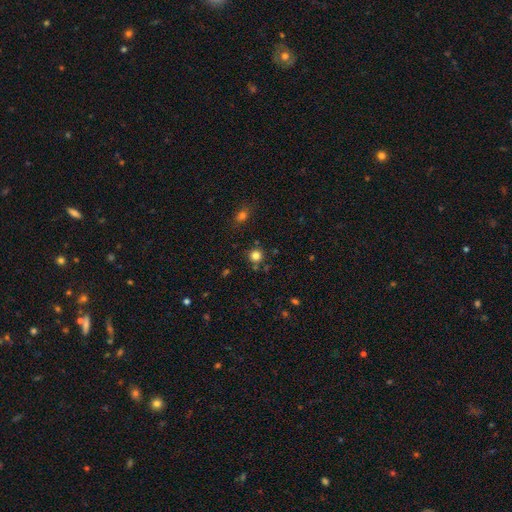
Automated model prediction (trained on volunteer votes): This appears to be a smooth galaxy with no disk features (81%) that is round (93%). Merging: none (83%).